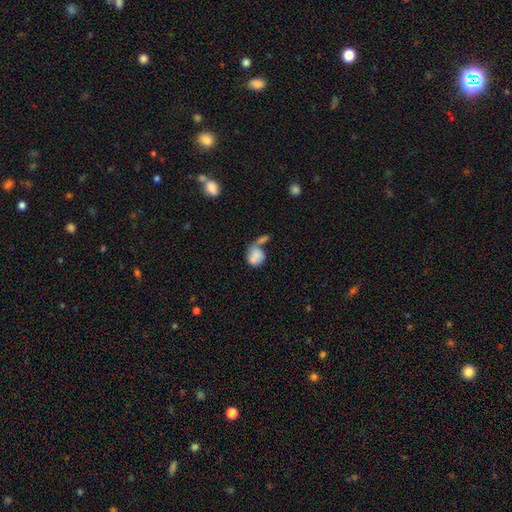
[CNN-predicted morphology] Smooth or featured? Predicted: smooth (p=0.78). How rounded? Predicted: round (p=0.53). Merging? Predicted: merger (p=0.51).